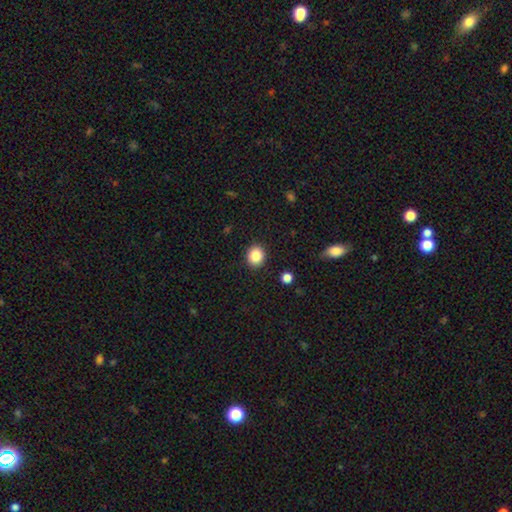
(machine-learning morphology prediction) Smooth or featured: smooth — 86% (star or artifact — 10%)
How rounded: round — 77% (in between — 22%)
Merging: none — 91% (minor disturbance — 6%)